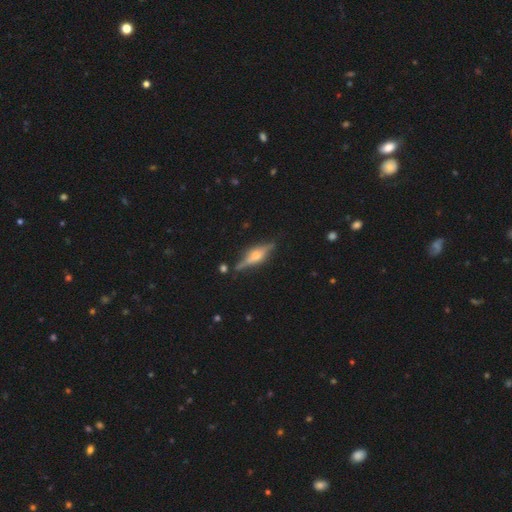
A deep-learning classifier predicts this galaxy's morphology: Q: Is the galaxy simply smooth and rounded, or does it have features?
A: featured or disk — 75%.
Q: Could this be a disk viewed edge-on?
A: yes — 95%.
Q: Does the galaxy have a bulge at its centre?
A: rounded — 84%.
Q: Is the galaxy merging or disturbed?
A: none — 82%.